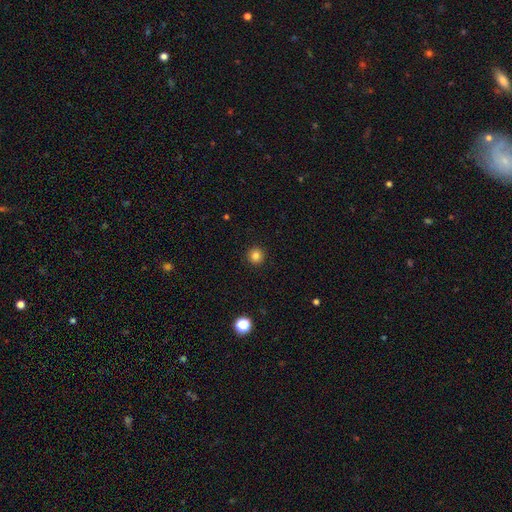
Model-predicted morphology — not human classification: type=smooth (82%); roundness=round (96%); merging=none (93%).